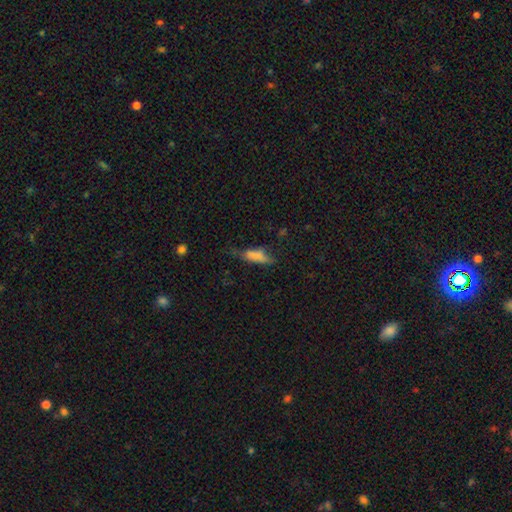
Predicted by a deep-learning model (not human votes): Overall: smooth (69%). How rounded: in between (52%; cigar-shaped 45%). Merging: none (41%; minor disturbance 33%).